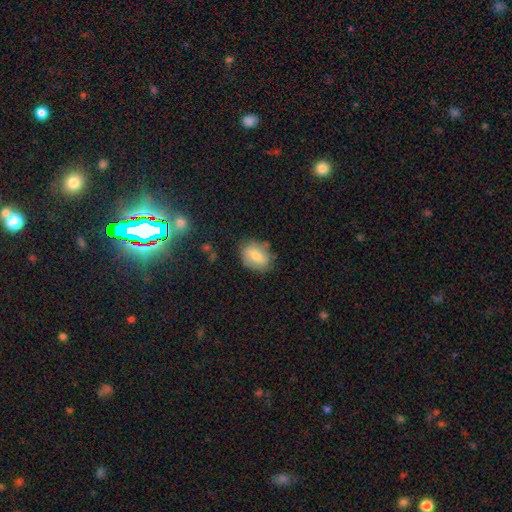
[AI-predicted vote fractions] A smooth galaxy with no disk features (71%) that is in between round and cigar-shaped (64%).

Vote fractions:
- Smooth or featured? smooth: 71% / featured or disk: 20% / star or artifact: 9%
- How rounded? in between: 64% / round: 34% / cigar-shaped: 1%
- Merging? none: 77% / minor disturbance: 17% / major disturbance: 4% / merger: 2%